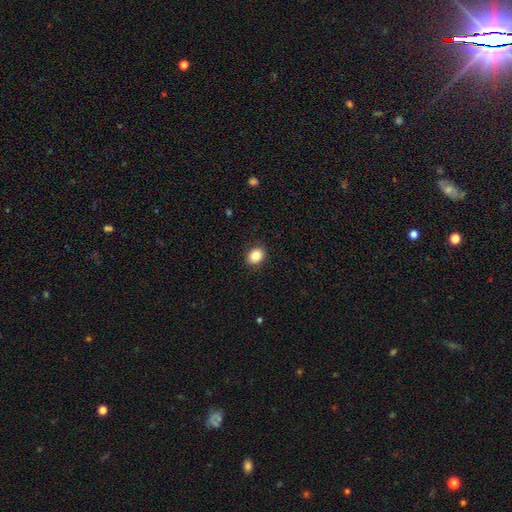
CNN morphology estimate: type=smooth (86%); roundness=in between (50%); merging=none (90%).